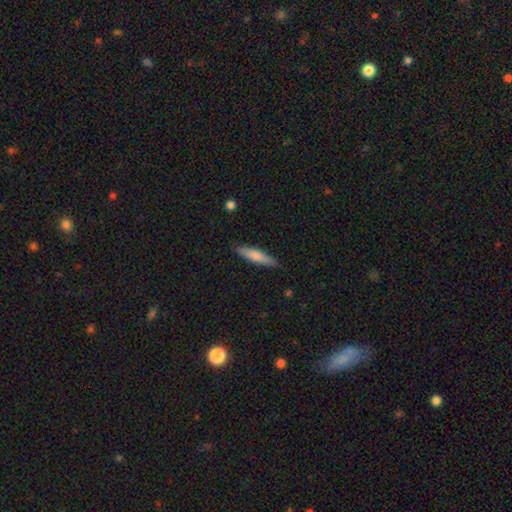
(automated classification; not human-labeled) Smooth or featured? smooth (71%)
How rounded? cigar-shaped (83%)
Merging? none (86%)